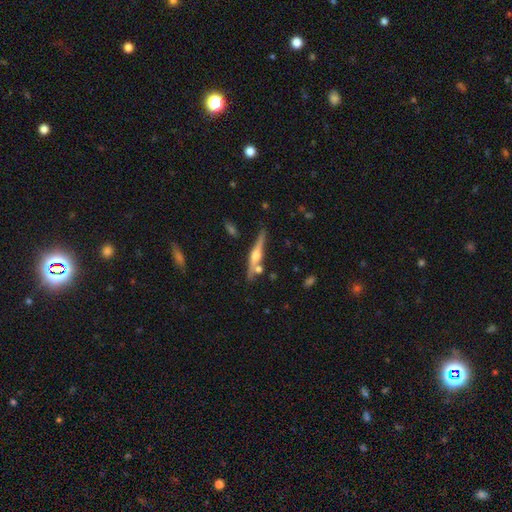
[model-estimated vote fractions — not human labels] Morphology: type=featured or disk (74%); edge-on=yes (97%); edge-on bulge=rounded (91%); merging=none (77%).